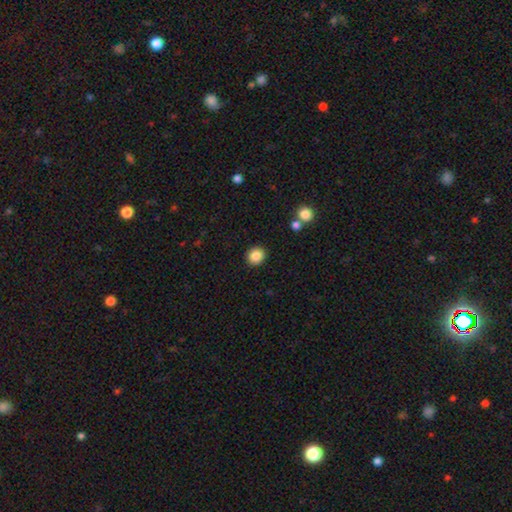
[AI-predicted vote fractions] The model was most divided on "how rounded": round: 82%, in between: 17%, cigar-shaped: 1%. More confident: merging — none (91%); smooth or featured — smooth (86%).